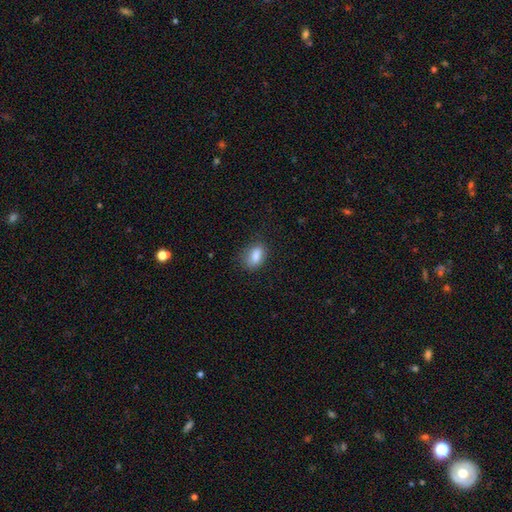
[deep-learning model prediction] This appears to be a smooth galaxy with no disk features (84%) that is in between round and cigar-shaped (84%). Merging: none (73%).